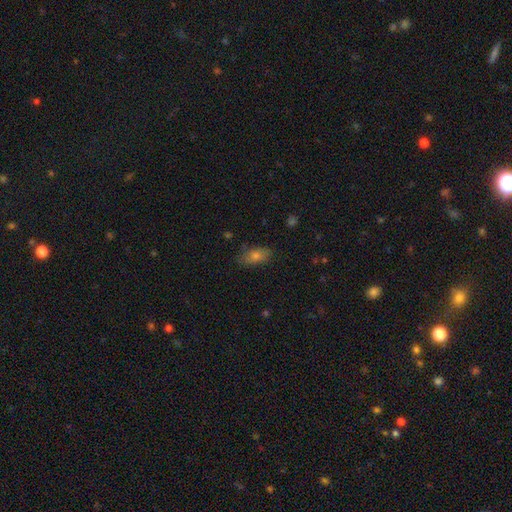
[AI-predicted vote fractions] smooth_or_featured: smooth (p=0.67) [alt: featured or disk p=0.18]
how_rounded: in between (p=0.84) [alt: cigar-shaped p=0.09]
merging: none (p=0.78) [alt: minor disturbance p=0.16]